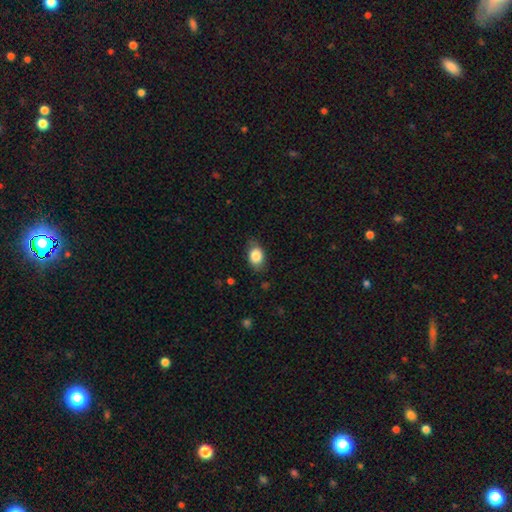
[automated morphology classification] smooth-or-featured: smooth: 85% | featured or disk: 8% | star or artifact: 8%
  how-rounded: in between: 75% | round: 23% | cigar-shaped: 1%
  merging: none: 76% | minor disturbance: 19% | major disturbance: 4% | merger: 1%